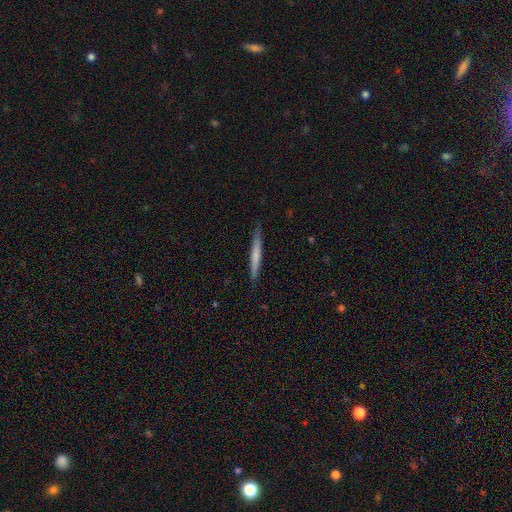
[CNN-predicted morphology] smooth-or-featured: smooth: 58% | featured or disk: 37% | star or artifact: 5%
  how-rounded: cigar-shaped: 97% | in between: 2% | round: 1%
  merging: none: 89% | minor disturbance: 9% | major disturbance: 1% | merger: 1%